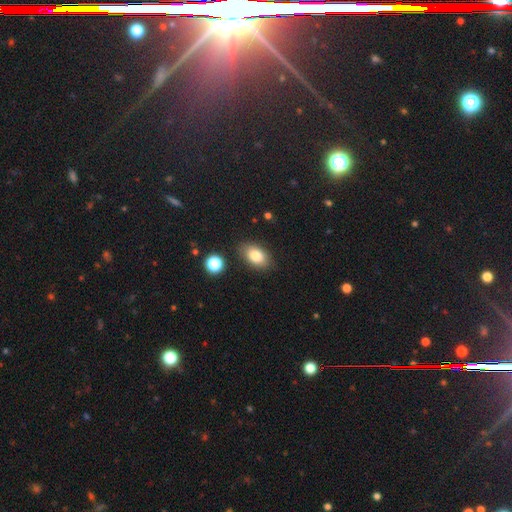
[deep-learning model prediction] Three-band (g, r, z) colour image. It shows a smooth galaxy with no disk features (82%) that is in between round and cigar-shaped (88%). Merging: none (84%).